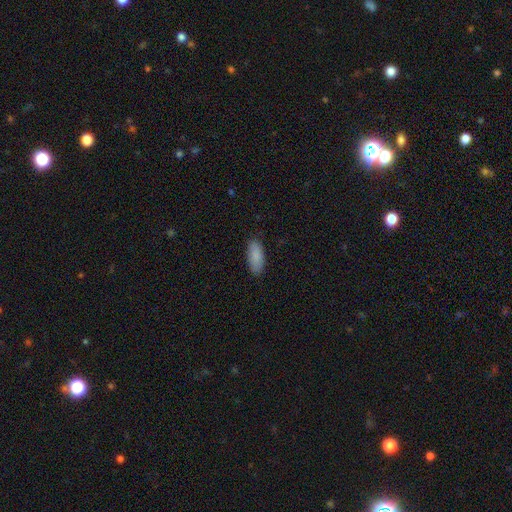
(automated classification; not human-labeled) smooth-or-featured: smooth: 88% | star or artifact: 6% | featured or disk: 6%
  how-rounded: in between: 83% | cigar-shaped: 15% | round: 2%
  merging: none: 85% | minor disturbance: 12% | major disturbance: 2% | merger: 1%